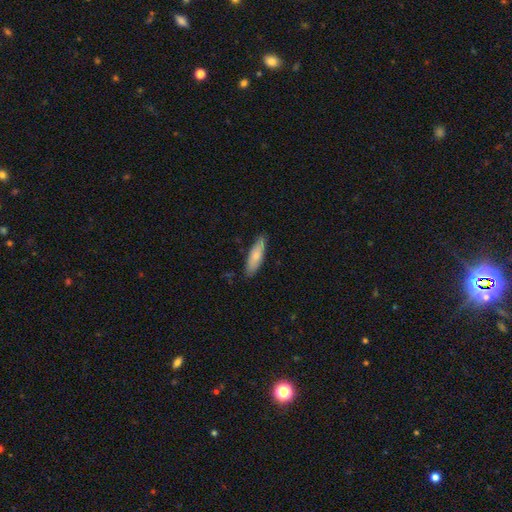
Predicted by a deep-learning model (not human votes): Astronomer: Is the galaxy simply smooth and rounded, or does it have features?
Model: smooth — 74%.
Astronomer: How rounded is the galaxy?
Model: cigar-shaped — 58% (runner-up: in between, 40%).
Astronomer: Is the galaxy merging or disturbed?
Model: none — 82%.